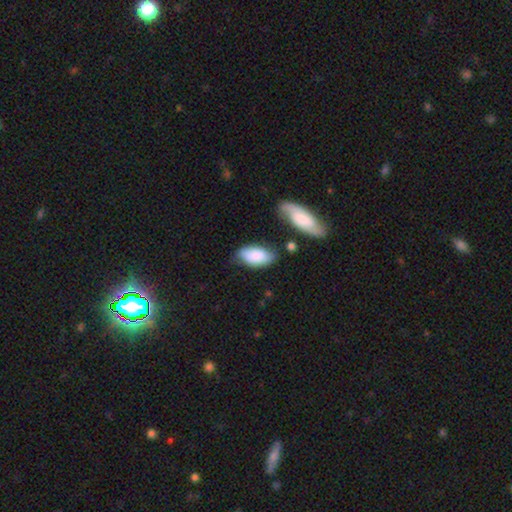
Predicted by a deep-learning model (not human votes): A smooth galaxy with no disk features (82%) that is in between round and cigar-shaped (93%).

Vote fractions:
- Smooth or featured? smooth: 82% / featured or disk: 12% / star or artifact: 6%
- How rounded? in between: 93% / cigar-shaped: 3% / round: 3%
- Merging? none: 59% / minor disturbance: 27% / merger: 7% / major disturbance: 7%